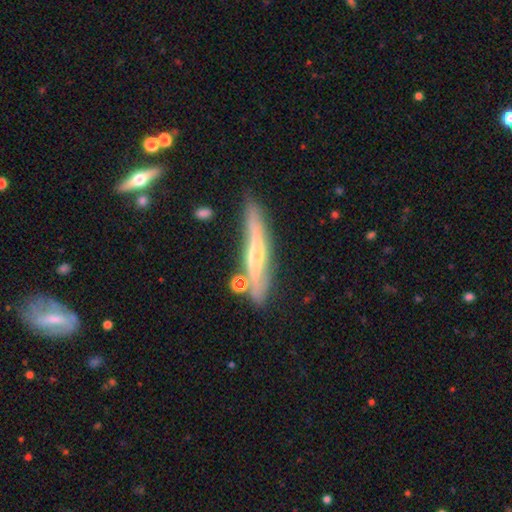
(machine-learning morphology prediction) The model was most divided on "smooth or featured": featured or disk: 63%, smooth: 30%, star or artifact: 7%. More confident: edge-on disk — yes (84%); merging — none (70%); edge-on bulge — rounded (64%).